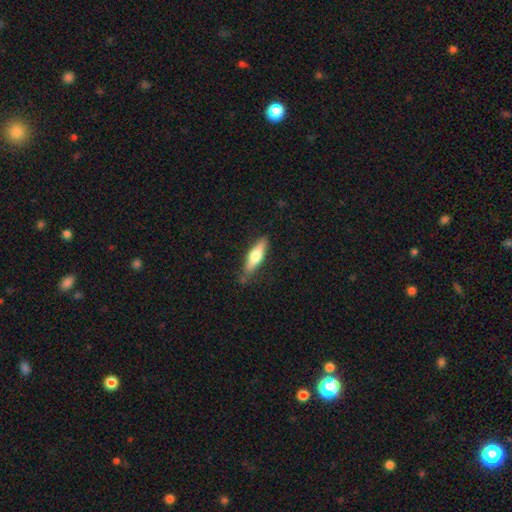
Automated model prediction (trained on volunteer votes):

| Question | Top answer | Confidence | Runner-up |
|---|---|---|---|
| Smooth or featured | smooth | 54% | featured or disk (40%) |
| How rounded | cigar-shaped | 65% | in between (33%) |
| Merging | none | 80% | minor disturbance (15%) |